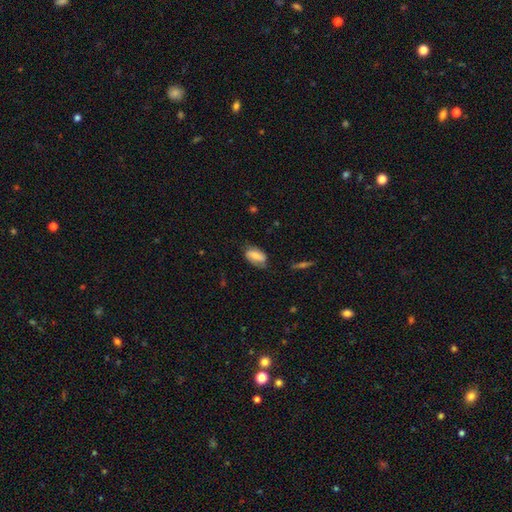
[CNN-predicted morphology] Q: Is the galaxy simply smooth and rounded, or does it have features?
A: smooth — 55%.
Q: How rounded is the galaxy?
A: in between — 89%.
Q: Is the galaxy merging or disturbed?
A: none — 64%.